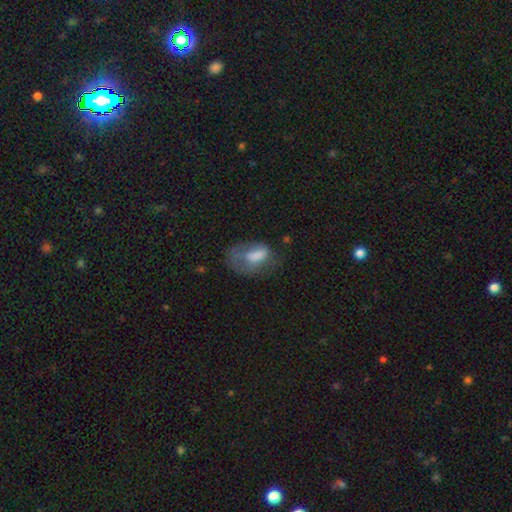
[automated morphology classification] smooth_or_featured: smooth (p=0.59) [alt: featured or disk p=0.31]
how_rounded: in between (p=0.85) [alt: round p=0.10]
merging: major disturbance (p=0.41) [alt: none p=0.31]